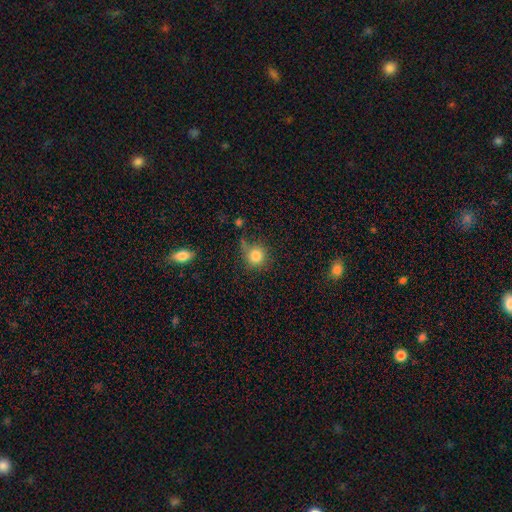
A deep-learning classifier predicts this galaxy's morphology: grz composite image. It shows a smooth galaxy with no disk features (82%) that is round (90%). Merging: none (67%).